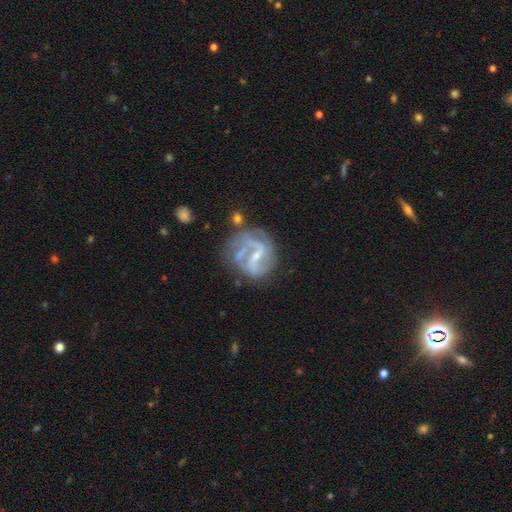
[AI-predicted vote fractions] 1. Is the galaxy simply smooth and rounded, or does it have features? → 83% featured or disk, 10% smooth, 7% star or artifact.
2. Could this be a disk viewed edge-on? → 98% no, 2% yes.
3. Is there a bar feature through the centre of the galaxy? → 44% weak, 39% strong, 17% no.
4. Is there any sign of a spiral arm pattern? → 88% yes, 12% no.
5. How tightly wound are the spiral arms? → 46% medium, 29% loose, 25% tight.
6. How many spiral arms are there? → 60% 2, 17% can't tell, 12% 3, 6% 1, 3% 4, 3% more than 4.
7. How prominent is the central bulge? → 65% small, 25% moderate, 8% none, 1% large, 1% dominant.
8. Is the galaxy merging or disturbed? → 50% none, 22% minor disturbance, 20% major disturbance, 7% merger.